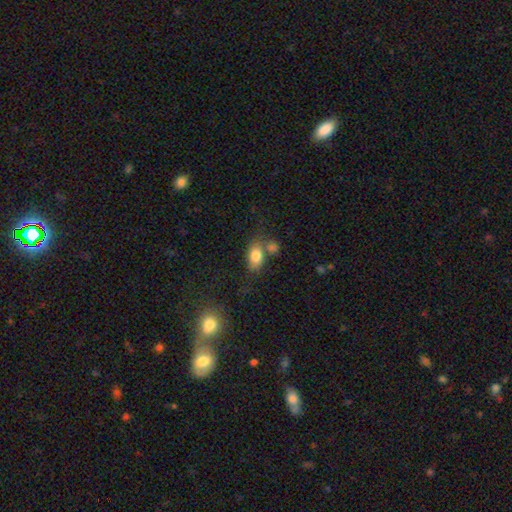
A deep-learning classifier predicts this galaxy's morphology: A smooth galaxy with no disk features (80%) that is in between round and cigar-shaped (80%). Merging: none (51%).